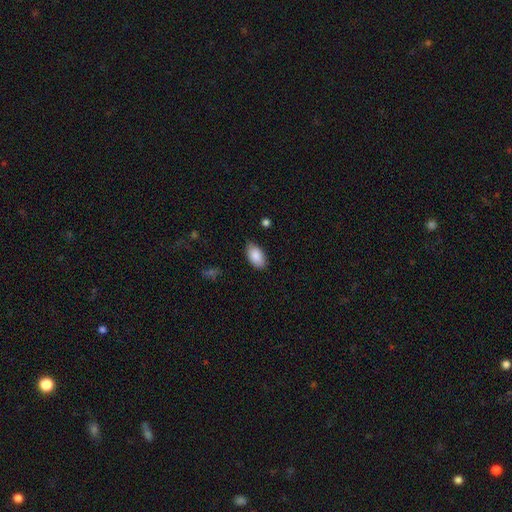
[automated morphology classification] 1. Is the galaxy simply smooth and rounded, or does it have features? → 88% smooth, 6% star or artifact, 6% featured or disk.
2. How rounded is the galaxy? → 94% in between, 4% round, 2% cigar-shaped.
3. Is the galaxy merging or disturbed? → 82% none, 15% minor disturbance, 2% major disturbance, 1% merger.